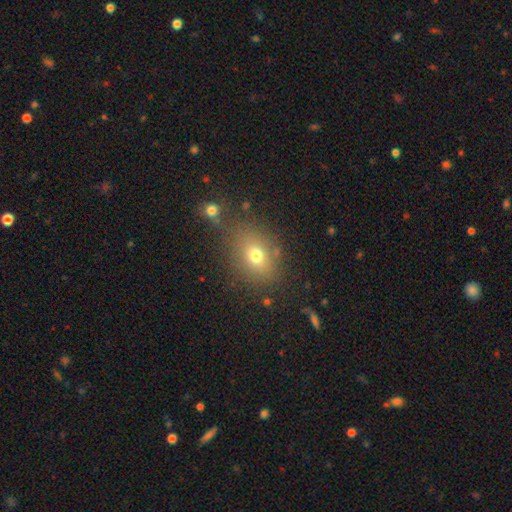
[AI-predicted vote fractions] Smooth or featured? Predicted: smooth (p=0.71). How rounded? Predicted: in between (p=0.59). Merging? Predicted: none (p=0.72).